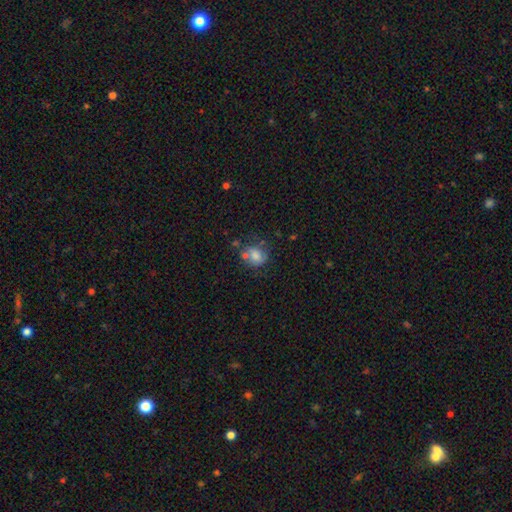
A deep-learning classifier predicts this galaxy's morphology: Smooth or featured?
  - smooth: 67% *
  - featured or disk: 22%
  - star or artifact: 11%
How rounded?
  - round: 63% *
  - in between: 36%
  - cigar-shaped: 1%
Merging?
  - none: 47% *
  - minor disturbance: 23%
  - merger: 18%
  - major disturbance: 12%